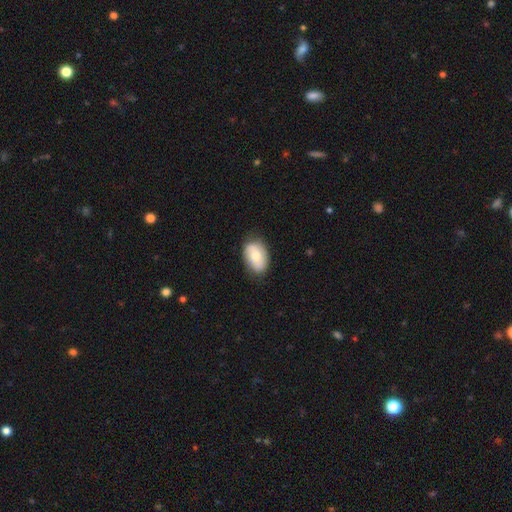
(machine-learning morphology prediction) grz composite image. It shows a smooth galaxy with no disk features (65%) that is in between round and cigar-shaped (85%). Merging: none (74%).